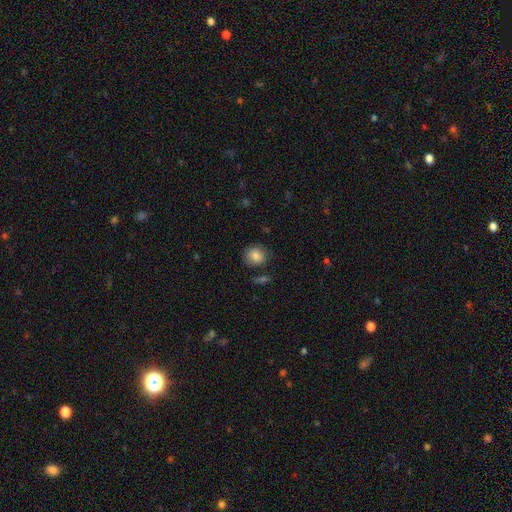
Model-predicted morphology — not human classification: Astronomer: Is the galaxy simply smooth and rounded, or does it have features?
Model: smooth — 85%.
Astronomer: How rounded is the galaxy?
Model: round — 81%.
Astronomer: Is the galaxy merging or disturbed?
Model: none — 81%.